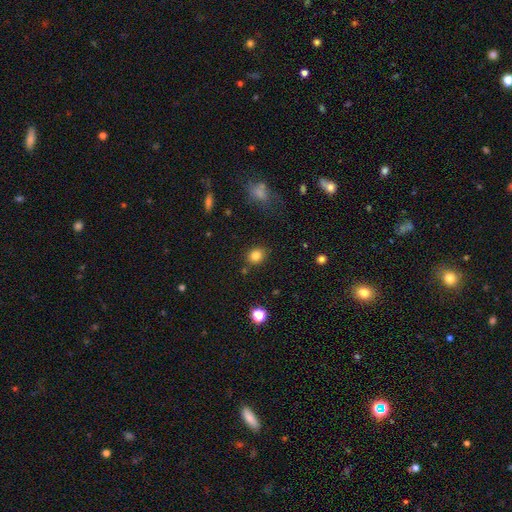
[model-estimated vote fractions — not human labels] Smooth or featured? Predicted: smooth (p=0.82). How rounded? Predicted: round (p=0.64). Merging? Predicted: none (p=0.83).